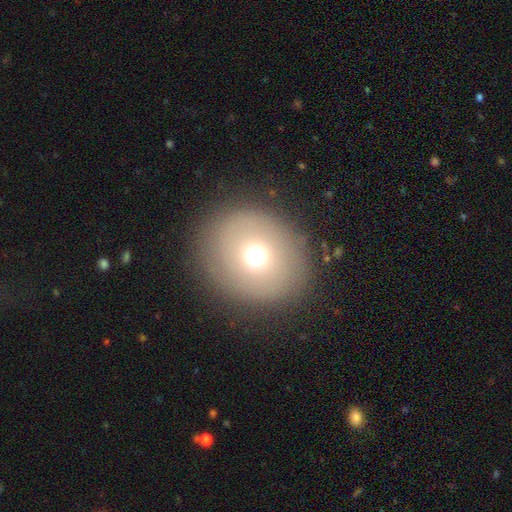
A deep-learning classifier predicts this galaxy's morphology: smooth-or-featured: smooth: 62% | featured or disk: 19% | star or artifact: 19%
  how-rounded: round: 80% | in between: 19% | cigar-shaped: 1%
  merging: none: 83% | minor disturbance: 9% | major disturbance: 6% | merger: 2%